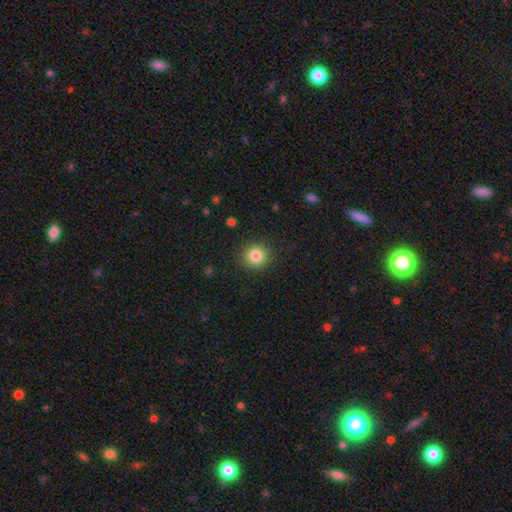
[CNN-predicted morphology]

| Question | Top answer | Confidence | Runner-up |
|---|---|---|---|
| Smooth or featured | smooth | 84% | star or artifact (11%) |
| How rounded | round | 90% | in between (9%) |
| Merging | none | 89% | minor disturbance (7%) |